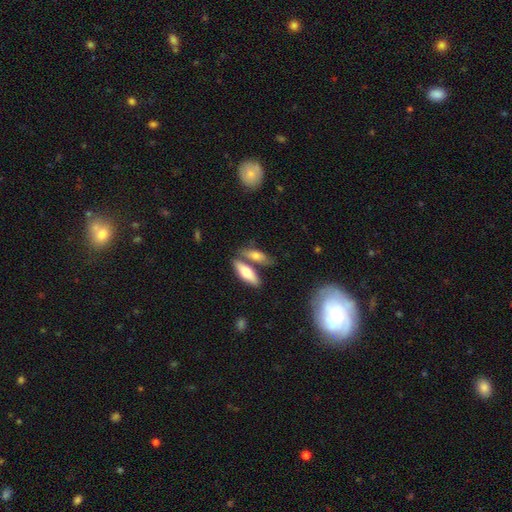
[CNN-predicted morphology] Q: Smooth or featured?
A: smooth (66%); runner-up: featured or disk (27%)
Q: How rounded?
A: in between (54%); runner-up: cigar-shaped (43%)
Q: Merging?
A: none (55%); runner-up: merger (28%)